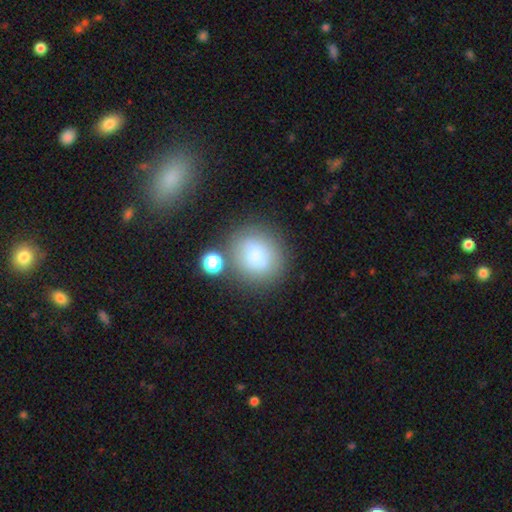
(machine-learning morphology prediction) smooth 75%, featured or disk 14%, star or artifact 11%. Down the decision tree: how rounded — round (81%); merging — none (67%).